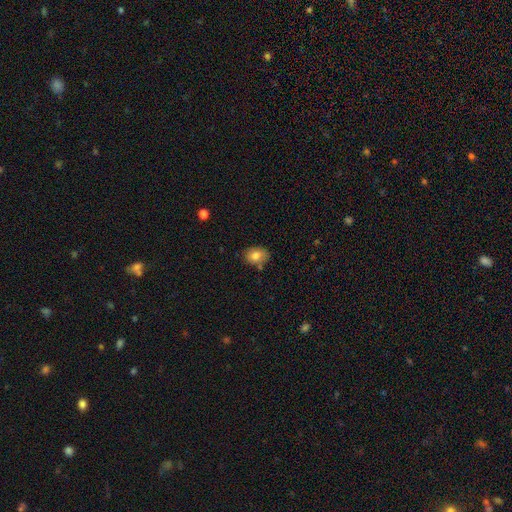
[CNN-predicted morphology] This is likely a smooth galaxy (78%). How rounded: likely in between (66%). Merging: likely none (73%).